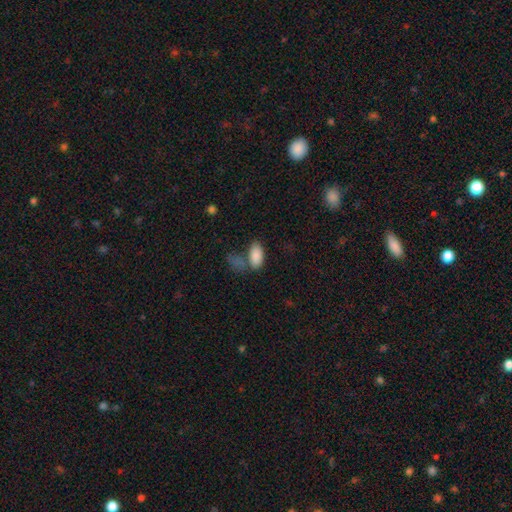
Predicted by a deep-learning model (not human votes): Q: Smooth or featured?
A: smooth (87%); runner-up: star or artifact (8%)
Q: How rounded?
A: in between (94%); runner-up: cigar-shaped (3%)
Q: Merging?
A: none (49%); runner-up: merger (26%)